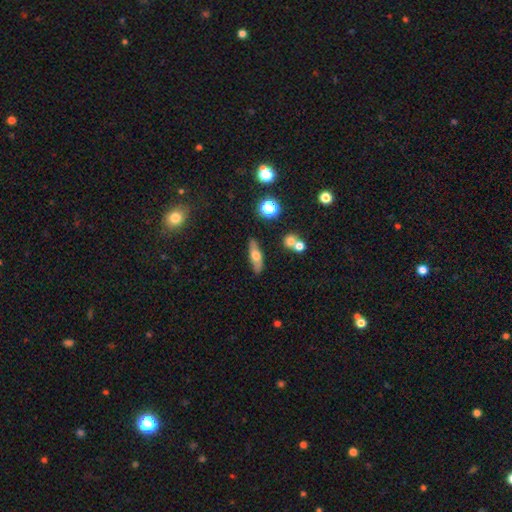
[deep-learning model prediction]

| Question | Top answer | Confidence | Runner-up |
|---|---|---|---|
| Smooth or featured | smooth | 51% | featured or disk (41%) |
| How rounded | cigar-shaped | 53% | in between (42%) |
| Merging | none | 80% | minor disturbance (12%) |